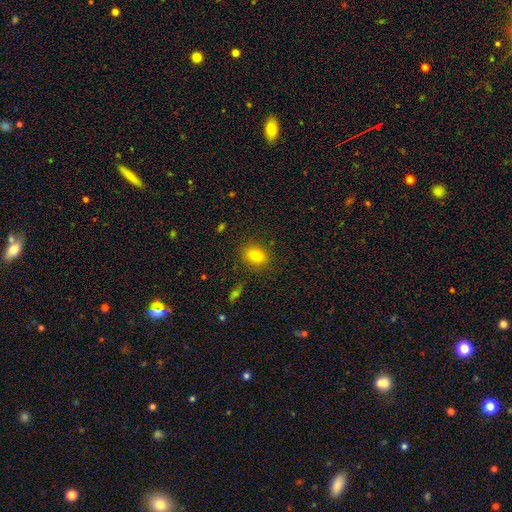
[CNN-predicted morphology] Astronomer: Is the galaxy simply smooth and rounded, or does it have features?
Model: smooth — 80%.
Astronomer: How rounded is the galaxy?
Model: in between — 58% (runner-up: round, 41%).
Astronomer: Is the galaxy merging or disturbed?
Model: none — 87%.